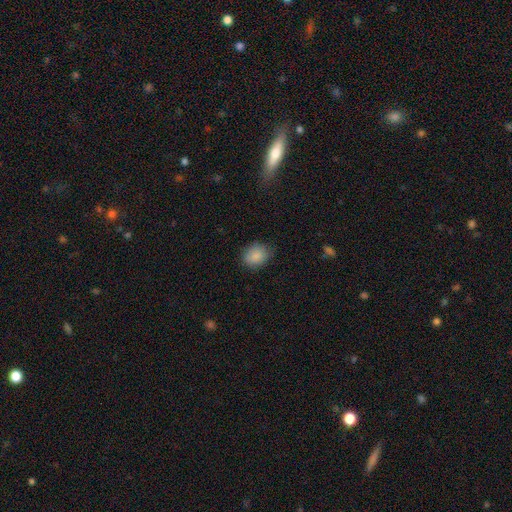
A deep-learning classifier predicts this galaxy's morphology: Smooth or featured? Predicted: smooth (p=0.87). How rounded? Predicted: in between (p=0.50). Merging? Predicted: none (p=0.76).